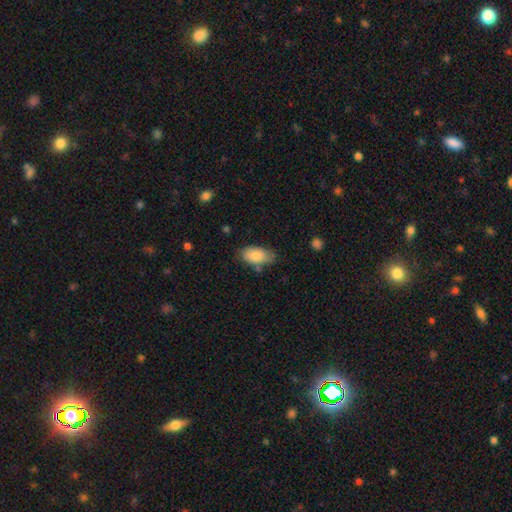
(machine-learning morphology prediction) Smooth or featured? Predicted: smooth (p=0.84). How rounded? Predicted: in between (p=0.93). Merging? Predicted: none (p=0.68).